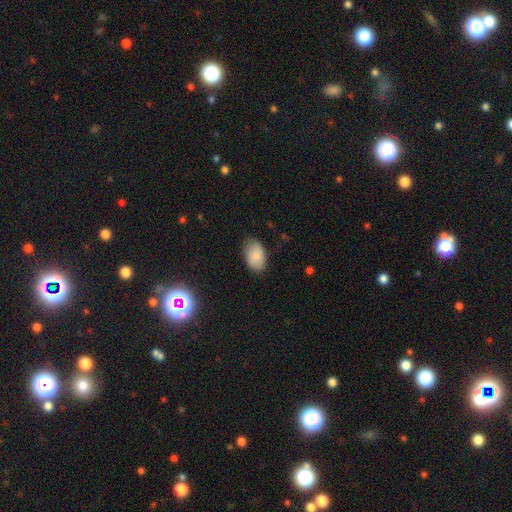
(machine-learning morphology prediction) Smooth or featured: smooth — 82% (featured or disk — 11%)
How rounded: in between — 91% (round — 7%)
Merging: none — 78% (minor disturbance — 17%)